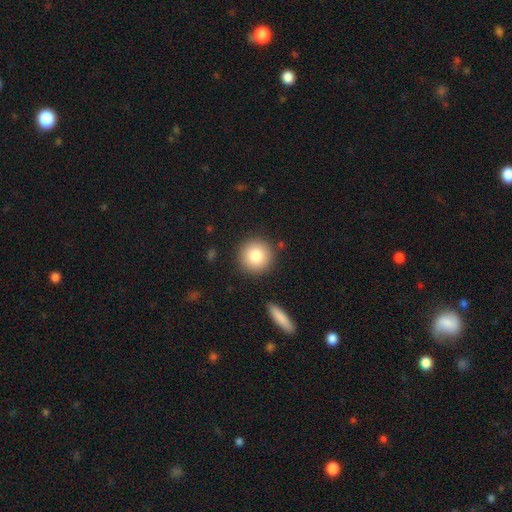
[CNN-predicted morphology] Smooth or featured: smooth — 82% (featured or disk — 9%)
How rounded: round — 94% (in between — 5%)
Merging: none — 88% (minor disturbance — 7%)